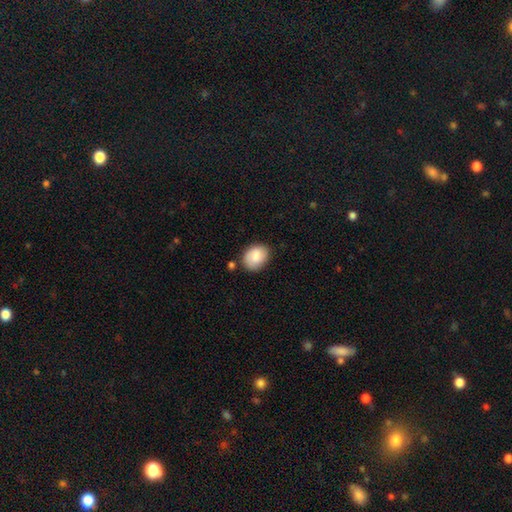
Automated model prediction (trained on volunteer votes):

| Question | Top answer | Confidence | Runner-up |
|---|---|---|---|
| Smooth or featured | smooth | 84% | featured or disk (9%) |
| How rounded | in between | 69% | round (30%) |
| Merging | none | 76% | minor disturbance (16%) |